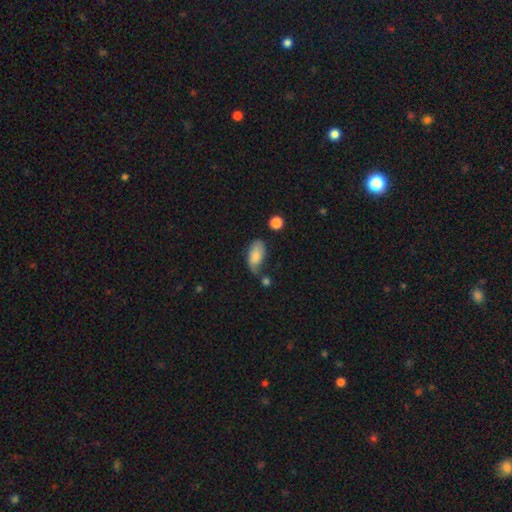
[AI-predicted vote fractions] smooth 72%, featured or disk 20%, star or artifact 8%. Down the decision tree: how rounded — in between (93%); merging — none (44%).